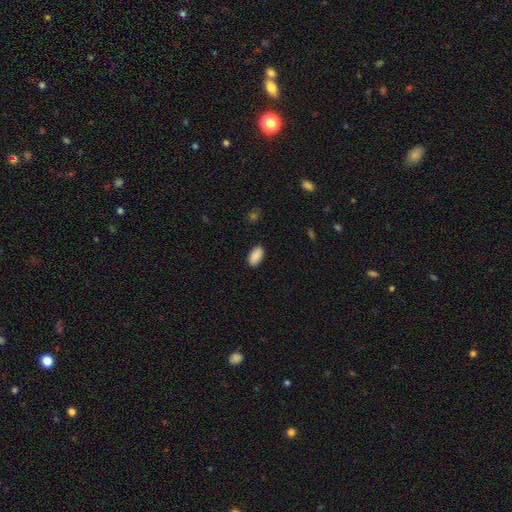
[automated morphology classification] This appears to be a smooth galaxy with no disk features (90%) that is in between round and cigar-shaped (95%). Merging: none (89%).